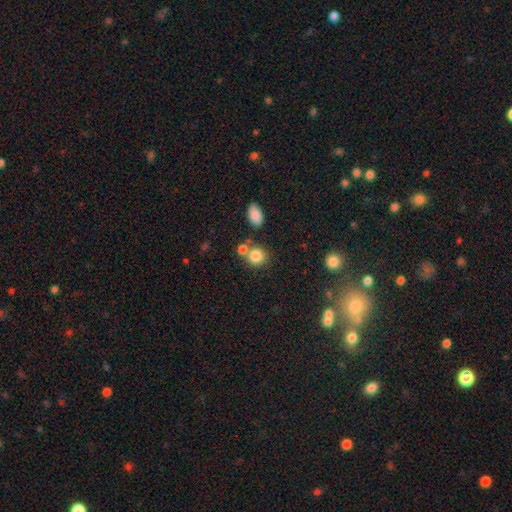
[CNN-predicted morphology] Smooth or featured: smooth — 83% (star or artifact — 11%)
How rounded: round — 81% (in between — 18%)
Merging: none — 60% (merger — 25%)